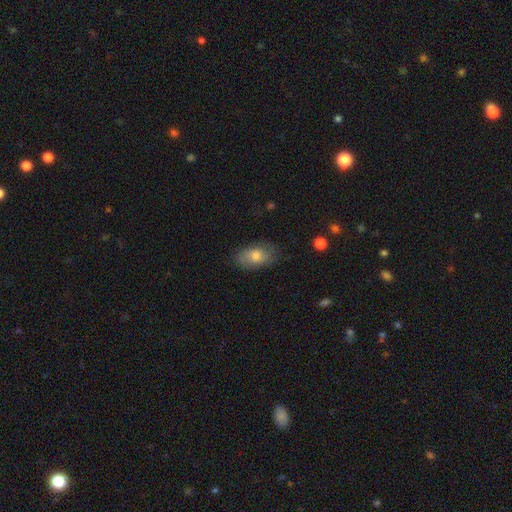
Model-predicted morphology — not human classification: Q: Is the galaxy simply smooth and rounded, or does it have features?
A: smooth — 72%.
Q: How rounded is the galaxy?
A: in between — 89%.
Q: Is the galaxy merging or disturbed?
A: none — 77%.